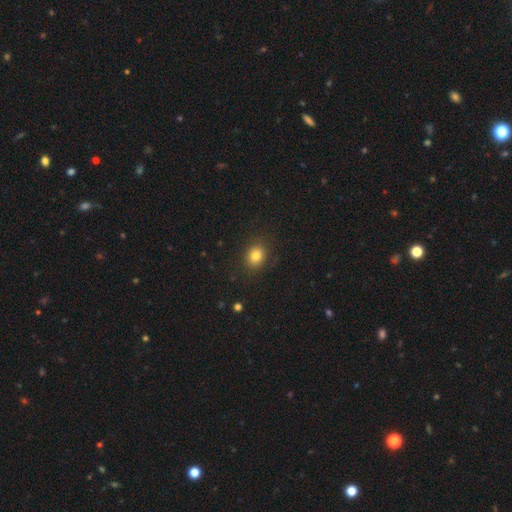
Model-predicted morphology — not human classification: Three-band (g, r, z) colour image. It shows a smooth galaxy with no disk features (82%) that is round (64%). Merging: none (86%).